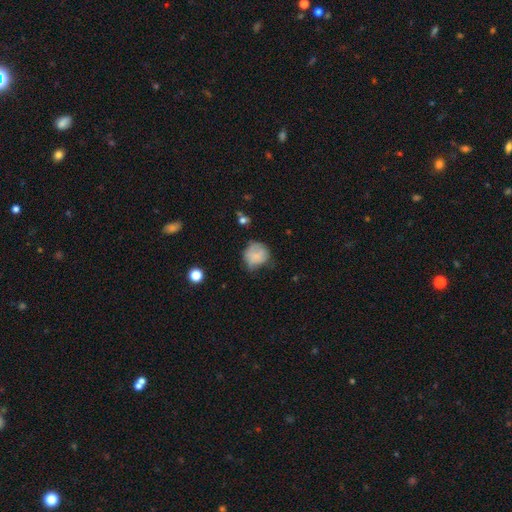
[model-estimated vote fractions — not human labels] This is likely a smooth galaxy (70%). How rounded: likely round (76%). Merging: marginally none (44%).